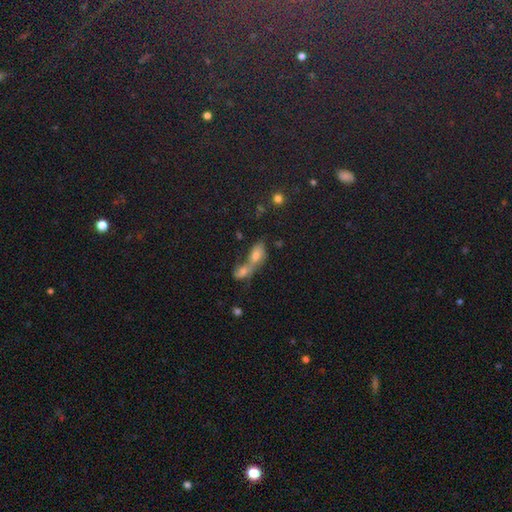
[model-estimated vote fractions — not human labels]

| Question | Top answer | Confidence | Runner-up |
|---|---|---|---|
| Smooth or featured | smooth | 55% | featured or disk (25%) |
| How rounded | in between | 77% | round (13%) |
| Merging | merger | 69% | none (19%) |